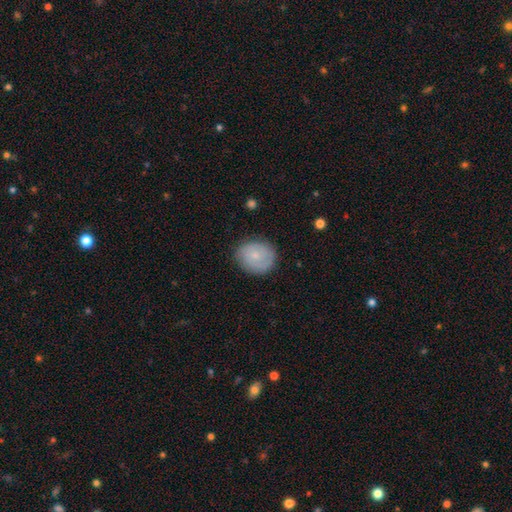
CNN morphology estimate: This appears to be a smooth galaxy with no disk features (57%) that is round (74%). Merging: none (81%).